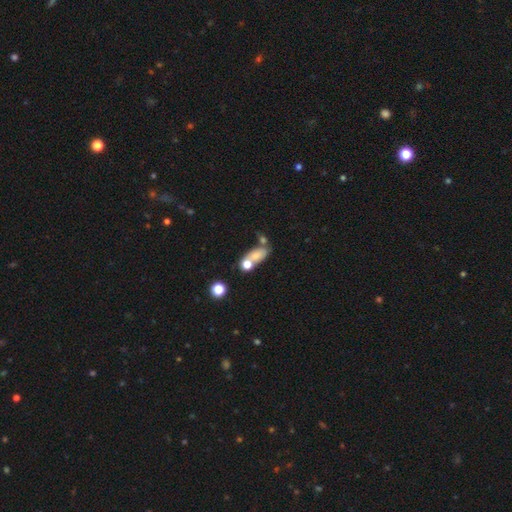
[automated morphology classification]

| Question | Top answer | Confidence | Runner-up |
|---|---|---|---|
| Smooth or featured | smooth | 69% | featured or disk (20%) |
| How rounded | in between | 74% | round (17%) |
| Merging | merger | 41% | none (35%) |